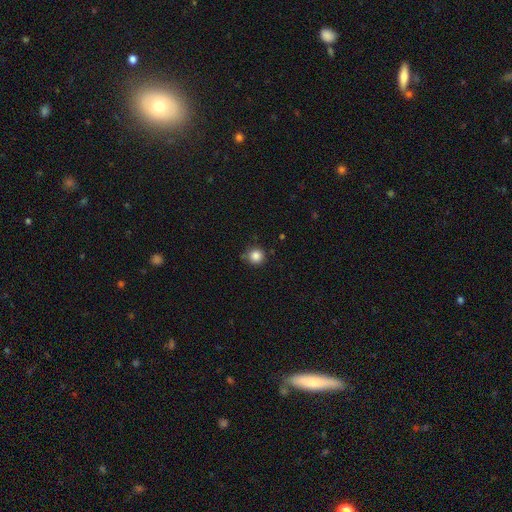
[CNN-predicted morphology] smooth_or_featured: smooth (p=0.85) [alt: star or artifact p=0.11]
how_rounded: round (p=0.94) [alt: in between p=0.05]
merging: none (p=0.80) [alt: minor disturbance p=0.14]